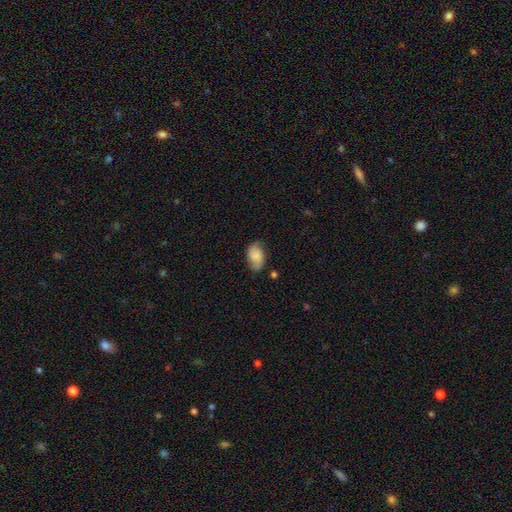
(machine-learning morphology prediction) Smooth or featured?
  - smooth: 60% *
  - featured or disk: 32%
  - star or artifact: 9%
How rounded?
  - in between: 89% *
  - round: 10%
  - cigar-shaped: 2%
Merging?
  - none: 69% *
  - minor disturbance: 23%
  - major disturbance: 6%
  - merger: 2%